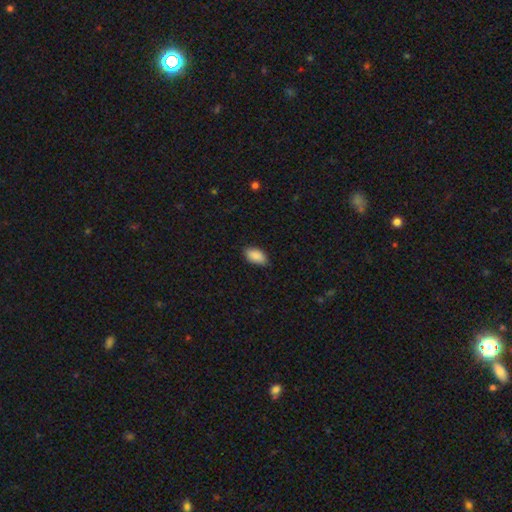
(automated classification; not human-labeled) smooth-or-featured: smooth: 90% | star or artifact: 7% | featured or disk: 4%
  how-rounded: in between: 94% | round: 4% | cigar-shaped: 3%
  merging: none: 83% | minor disturbance: 14% | major disturbance: 2% | merger: 1%